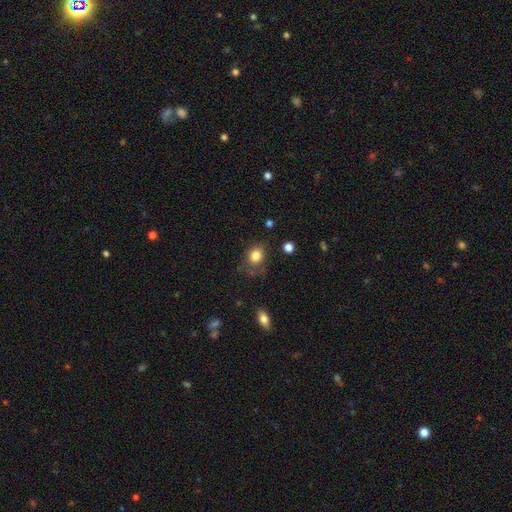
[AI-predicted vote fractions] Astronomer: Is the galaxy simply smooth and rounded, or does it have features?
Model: smooth — 81%.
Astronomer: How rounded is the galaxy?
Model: round — 64%.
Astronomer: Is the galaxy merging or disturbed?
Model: none — 66%.